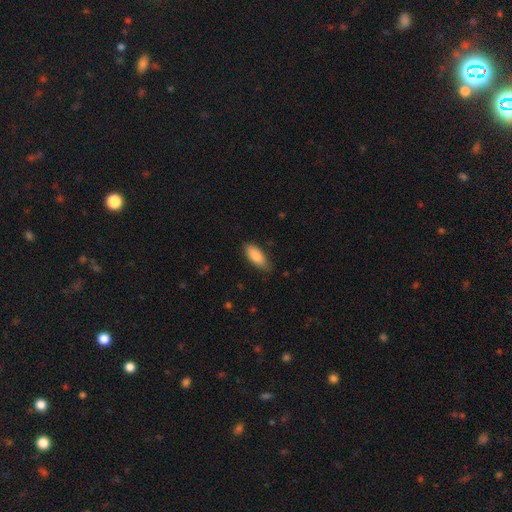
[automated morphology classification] Smooth or featured: smooth — 87% (featured or disk — 7%)
How rounded: in between — 78% (cigar-shaped — 20%)
Merging: none — 74% (minor disturbance — 21%)